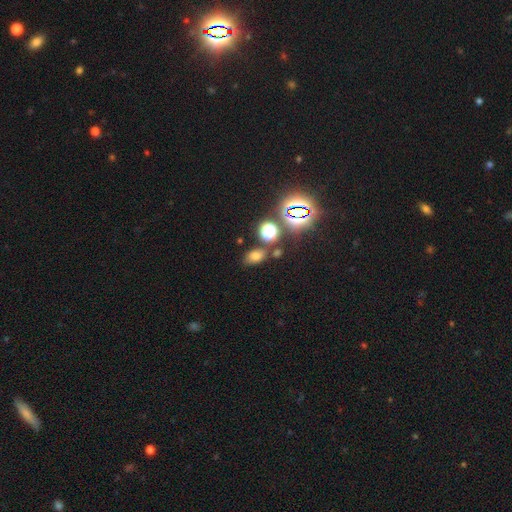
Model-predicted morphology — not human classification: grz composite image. It shows a smooth galaxy with no disk features (60%) that is in between round and cigar-shaped (79%). Merging: none (73%).